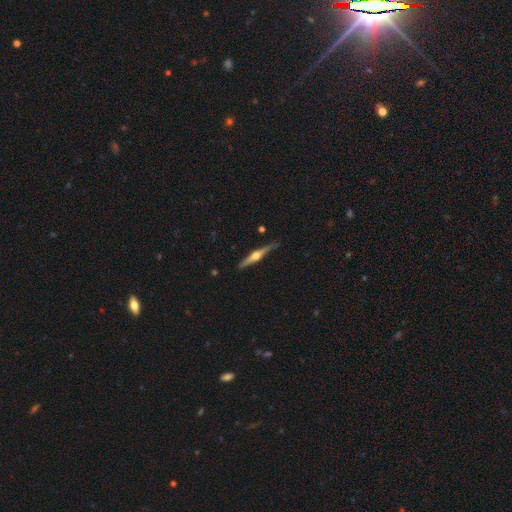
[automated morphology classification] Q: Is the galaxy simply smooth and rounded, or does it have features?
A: featured or disk — 78%.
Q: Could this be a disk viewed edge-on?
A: yes — 98%.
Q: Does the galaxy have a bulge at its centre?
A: rounded — 95%.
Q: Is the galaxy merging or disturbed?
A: none — 86%.